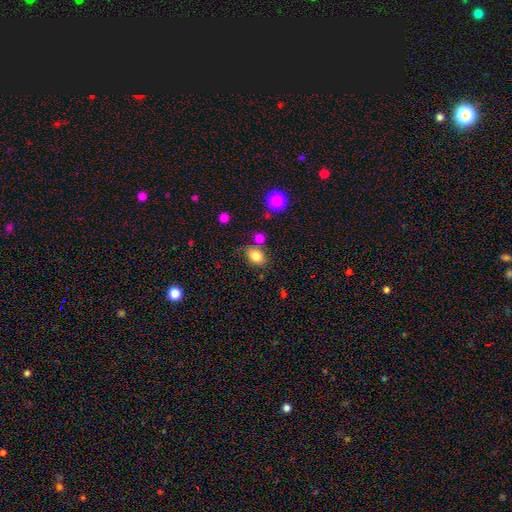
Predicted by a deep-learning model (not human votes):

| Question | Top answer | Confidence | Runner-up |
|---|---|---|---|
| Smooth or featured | smooth | 82% | star or artifact (10%) |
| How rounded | in between | 69% | round (30%) |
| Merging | none | 71% | minor disturbance (13%) |